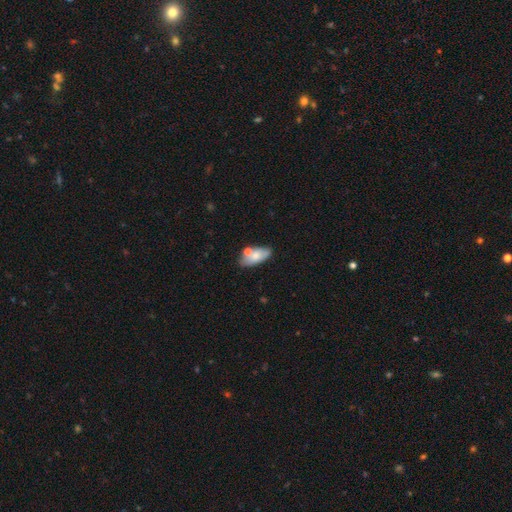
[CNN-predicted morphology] Smooth or featured? smooth (69%)
How rounded? in between (89%)
Merging? none (58%)